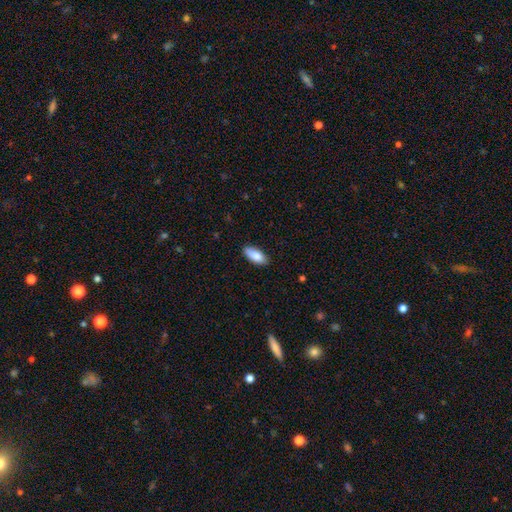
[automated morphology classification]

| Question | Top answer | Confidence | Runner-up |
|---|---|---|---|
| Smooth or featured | smooth | 86% | featured or disk (8%) |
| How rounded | in between | 85% | cigar-shaped (13%) |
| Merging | none | 85% | minor disturbance (12%) |